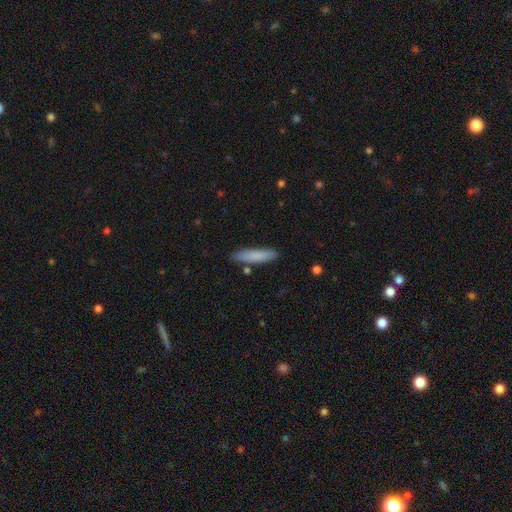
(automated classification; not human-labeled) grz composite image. It shows a smooth galaxy with no disk features (81%) that is cigar-shaped (84%). Merging: none (86%).